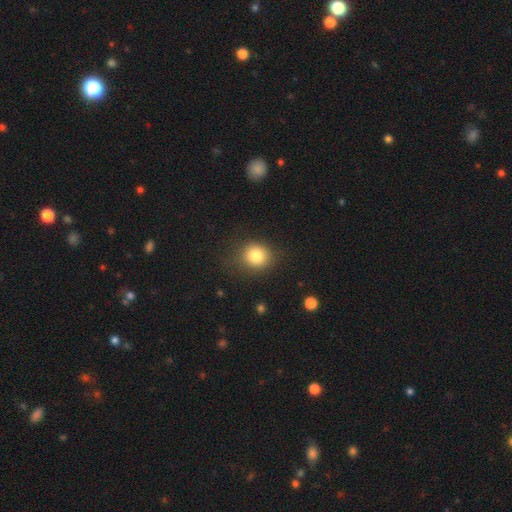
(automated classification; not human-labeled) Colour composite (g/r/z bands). It shows a smooth galaxy with no disk features (83%) that is round (80%). Merging: none (78%).